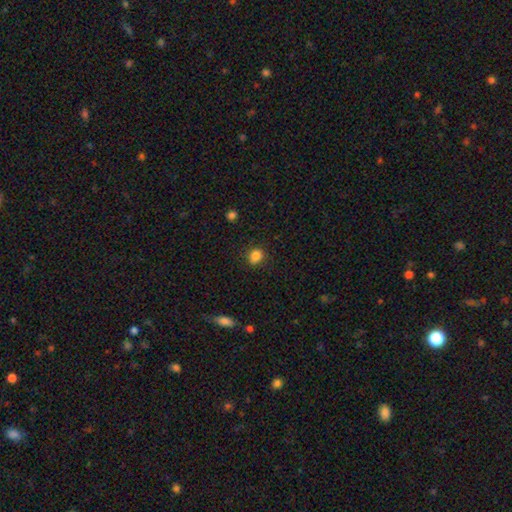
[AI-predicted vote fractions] This is clearly a smooth galaxy (84%). How rounded: likely round (69%). Merging: clearly none (85%).